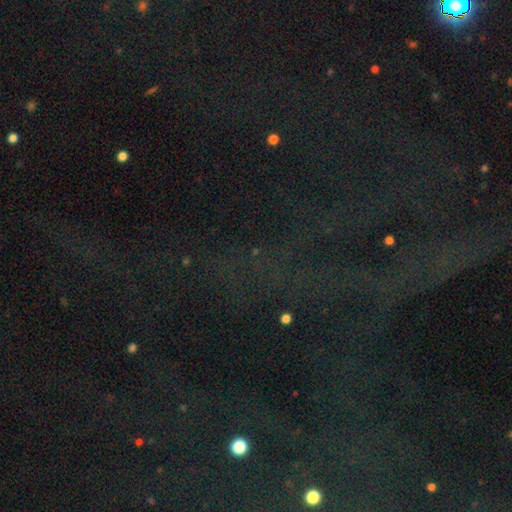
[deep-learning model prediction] Smooth or featured? star or artifact (81%)